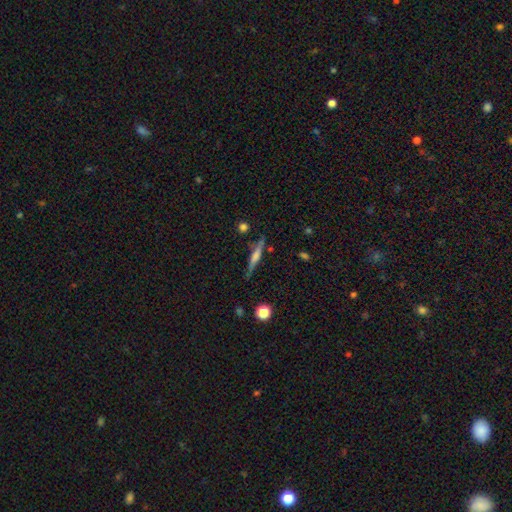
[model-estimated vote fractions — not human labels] Smooth or featured? Predicted: featured or disk (p=0.52). Edge-on disk? Predicted: yes (p=0.96). Edge-on bulge? Predicted: rounded (p=0.48). Merging? Predicted: none (p=0.81).